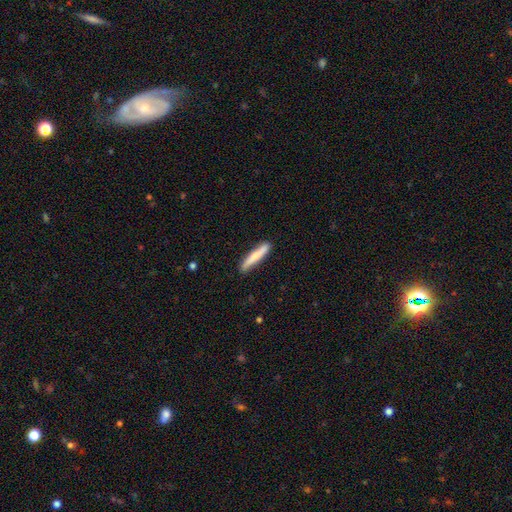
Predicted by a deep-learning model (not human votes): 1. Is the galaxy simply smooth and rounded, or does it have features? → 70% smooth, 24% featured or disk, 5% star or artifact.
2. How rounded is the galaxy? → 92% cigar-shaped, 6% in between, 1% round.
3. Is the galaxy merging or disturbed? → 85% none, 11% minor disturbance, 2% major disturbance, 2% merger.